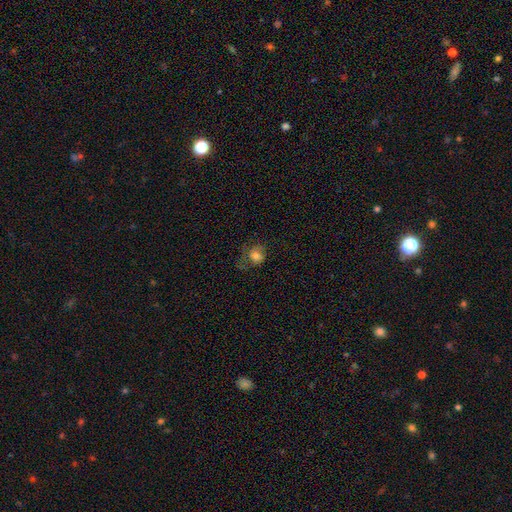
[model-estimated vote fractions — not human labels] Smooth or featured?
  - smooth: 67% *
  - featured or disk: 21%
  - star or artifact: 12%
How rounded?
  - round: 68% *
  - in between: 31%
  - cigar-shaped: 1%
Merging?
  - none: 46% *
  - major disturbance: 28%
  - minor disturbance: 24%
  - merger: 2%